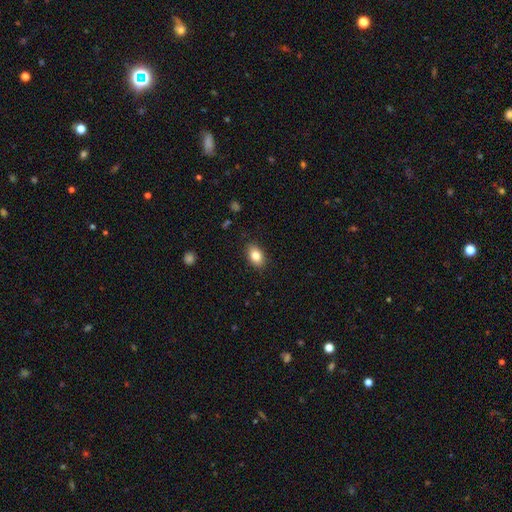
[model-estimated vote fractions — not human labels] This appears to be a smooth galaxy with no disk features (83%) that is in between round and cigar-shaped (86%). Merging: none (87%).